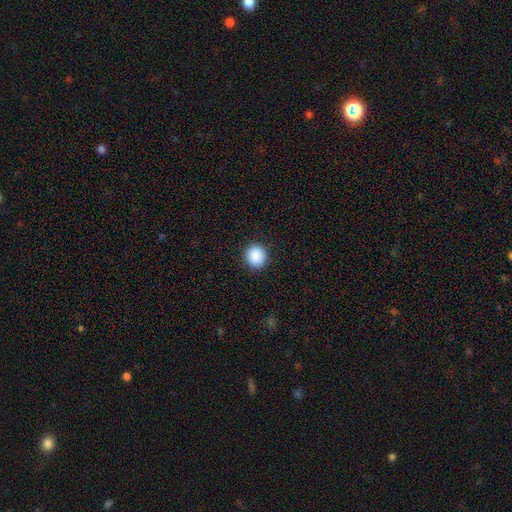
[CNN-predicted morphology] Smooth or featured? smooth (89%)
How rounded? round (91%)
Merging? none (92%)